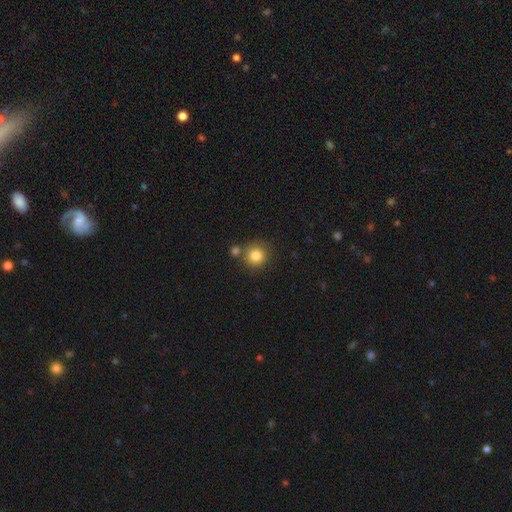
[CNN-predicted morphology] Smooth or featured: smooth — 82% (star or artifact — 11%)
How rounded: round — 91% (in between — 8%)
Merging: none — 73% (merger — 14%)